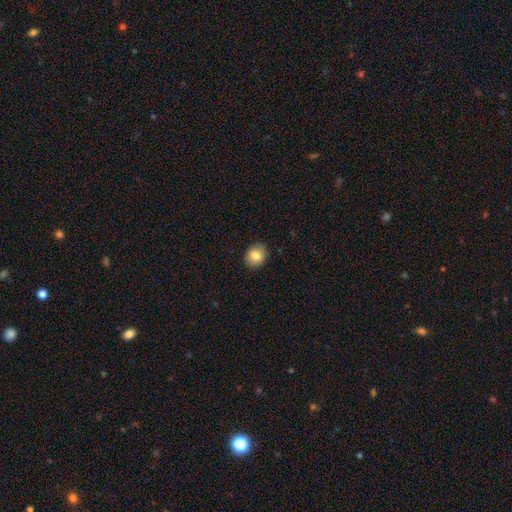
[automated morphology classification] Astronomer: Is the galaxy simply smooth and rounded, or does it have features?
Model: smooth — 82%.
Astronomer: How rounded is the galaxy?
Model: round — 65%.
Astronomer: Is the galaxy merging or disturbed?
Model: none — 90%.